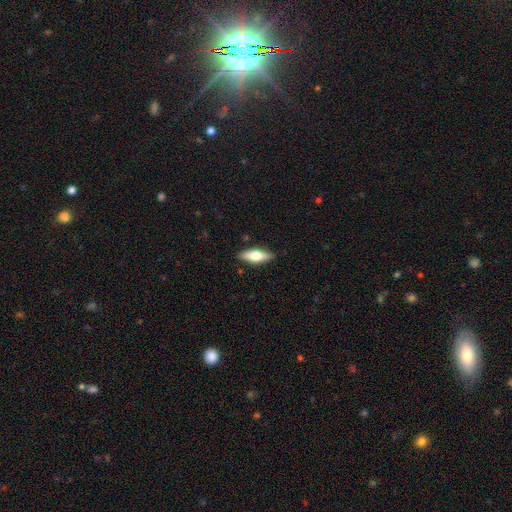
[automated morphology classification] The model was most divided on "smooth or featured": smooth: 52%, featured or disk: 42%, star or artifact: 6%. More confident: merging — none (87%); how rounded — in between (57%).